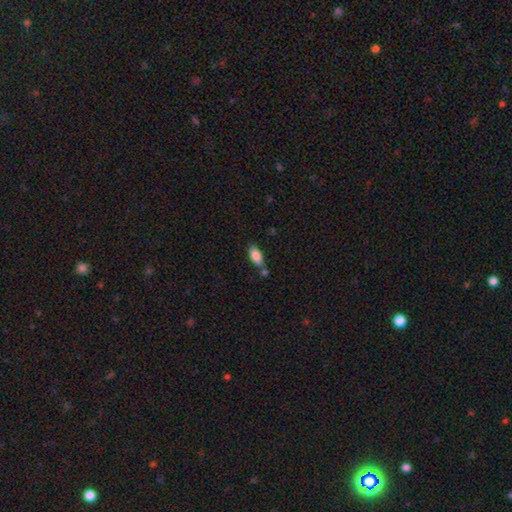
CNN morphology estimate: The model was most divided on "merging": none: 67%, minor disturbance: 16%, merger: 13%, major disturbance: 4%. More confident: how rounded — in between (85%); smooth or featured — smooth (83%).